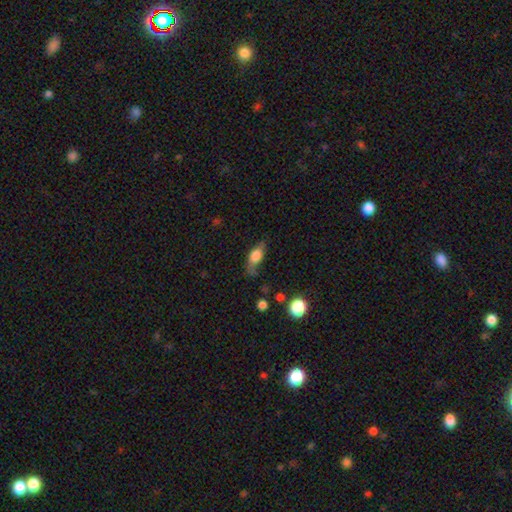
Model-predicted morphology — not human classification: Smooth or featured? Predicted: smooth (p=0.64). How rounded? Predicted: in between (p=0.73). Merging? Predicted: none (p=0.50).